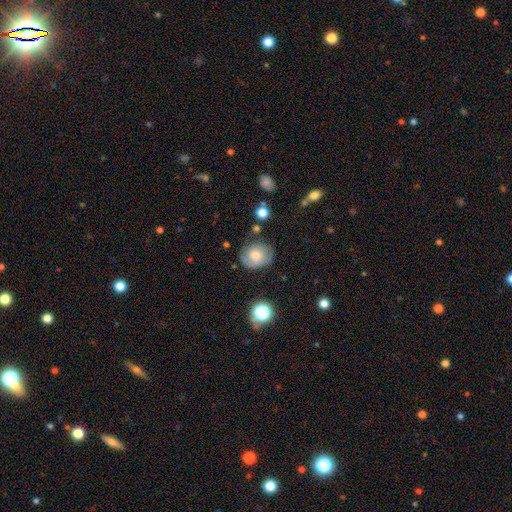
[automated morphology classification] A smooth galaxy with no disk features (58%) that is round (64%).

Vote fractions:
- Smooth or featured? smooth: 58% / featured or disk: 33% / star or artifact: 9%
- How rounded? round: 64% / in between: 35% / cigar-shaped: 1%
- Merging? none: 70% / minor disturbance: 21% / major disturbance: 7% / merger: 3%